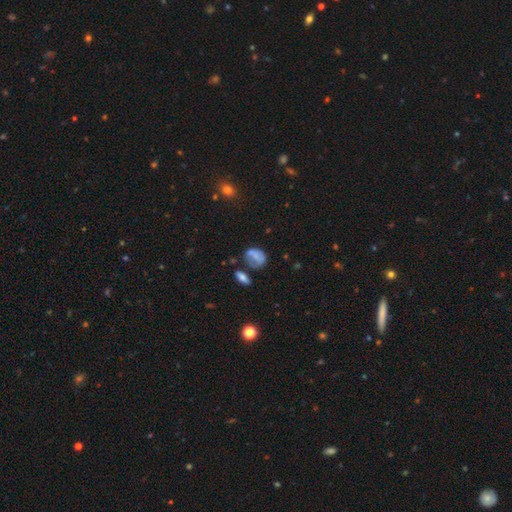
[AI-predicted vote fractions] A smooth galaxy with no disk features (61%) that is in between round and cigar-shaped (57%). Merging: none (42%).